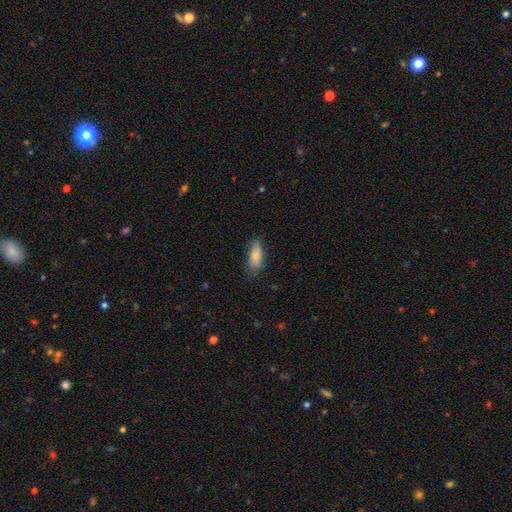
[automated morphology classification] type=smooth (83%); roundness=in between (83%); merging=none (68%).